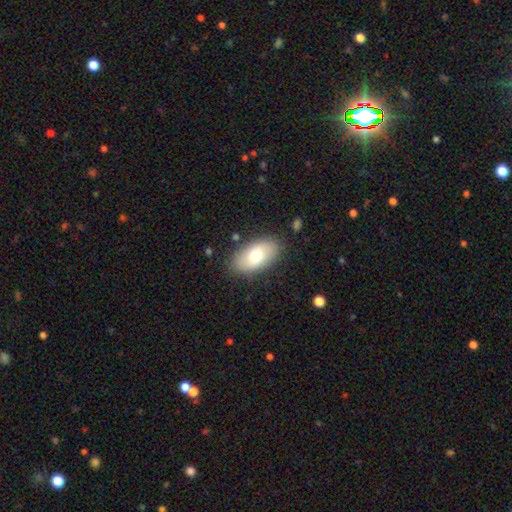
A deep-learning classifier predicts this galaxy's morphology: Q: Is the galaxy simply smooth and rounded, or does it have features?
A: smooth — 73%.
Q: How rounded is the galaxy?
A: in between — 94%.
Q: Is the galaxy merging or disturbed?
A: none — 83%.